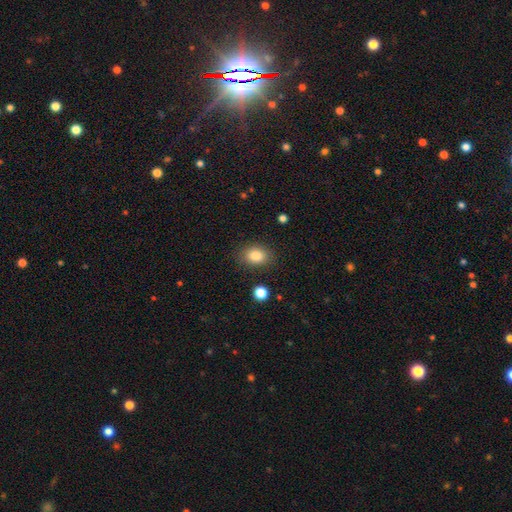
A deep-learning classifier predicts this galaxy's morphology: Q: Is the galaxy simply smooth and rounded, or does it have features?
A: smooth — 84%.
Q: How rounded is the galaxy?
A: in between — 65%.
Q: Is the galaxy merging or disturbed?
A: none — 84%.